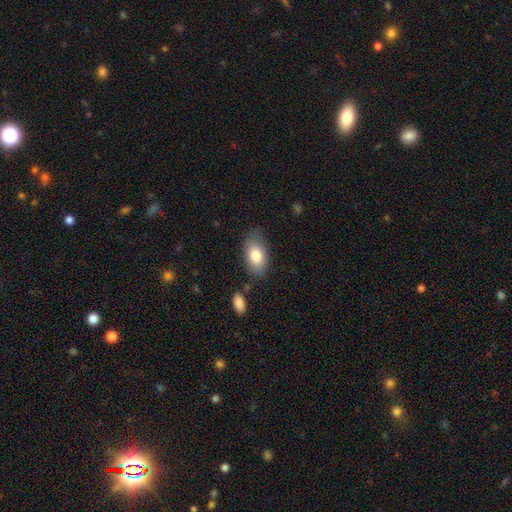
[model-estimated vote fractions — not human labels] Smooth or featured? Predicted: smooth (p=0.79). How rounded? Predicted: in between (p=0.92). Merging? Predicted: none (p=0.73).